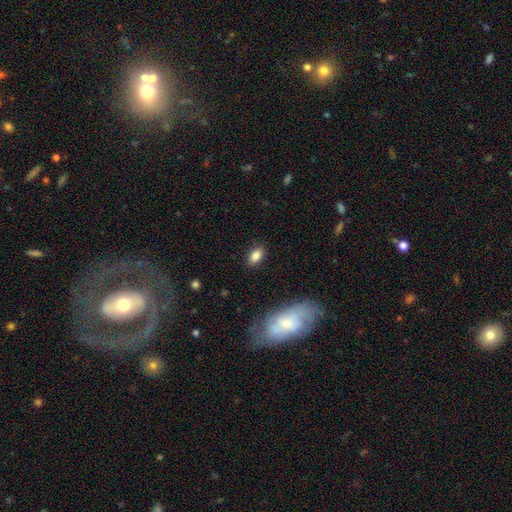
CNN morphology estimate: Smooth or featured?
  - smooth: 84% *
  - star or artifact: 9%
  - featured or disk: 7%
How rounded?
  - in between: 89% *
  - round: 8%
  - cigar-shaped: 3%
Merging?
  - none: 86% *
  - minor disturbance: 10%
  - major disturbance: 3%
  - merger: 1%